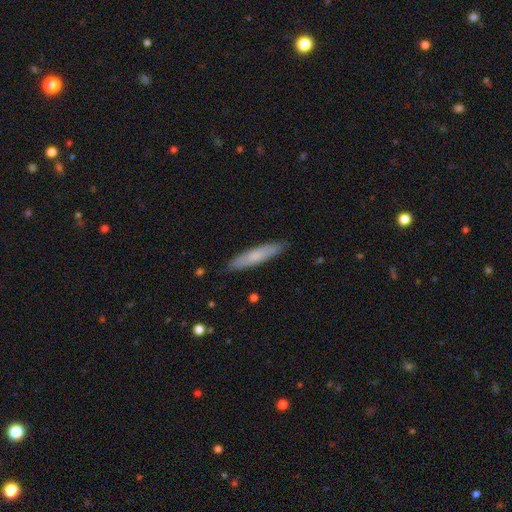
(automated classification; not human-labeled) smooth-or-featured: smooth: 70% | featured or disk: 25% | star or artifact: 6%
  how-rounded: cigar-shaped: 87% | in between: 12% | round: 1%
  merging: none: 88% | minor disturbance: 9% | major disturbance: 2% | merger: 1%